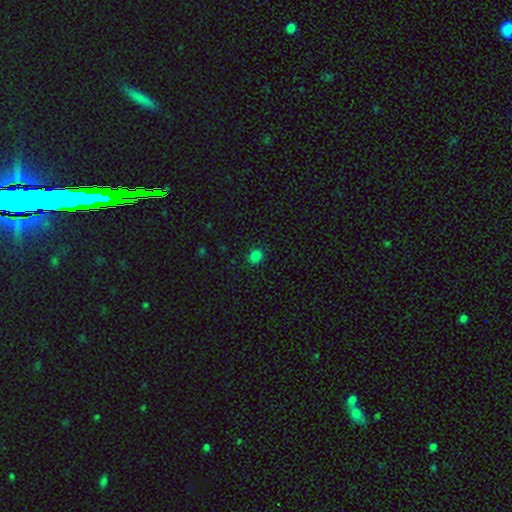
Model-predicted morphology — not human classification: Smooth or featured? Predicted: smooth (p=0.82). How rounded? Predicted: round (p=0.77). Merging? Predicted: none (p=0.89).